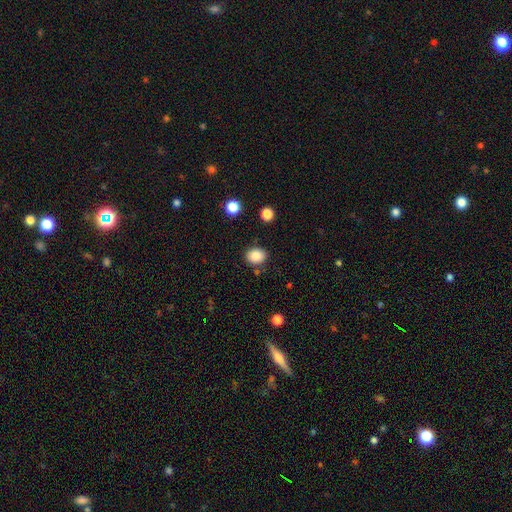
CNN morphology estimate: smooth-or-featured: smooth: 86% | star or artifact: 9% | featured or disk: 5%
  how-rounded: round: 53% | in between: 46% | cigar-shaped: 1%
  merging: none: 84% | minor disturbance: 10% | merger: 3% | major disturbance: 3%